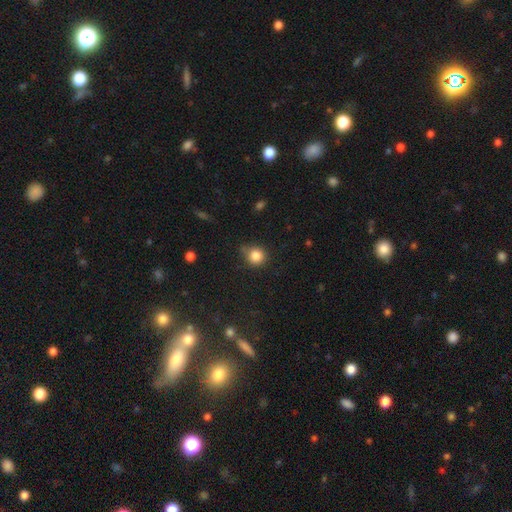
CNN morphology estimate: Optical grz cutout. It shows a smooth galaxy with no disk features (84%) that is round (89%). Merging: none (72%).